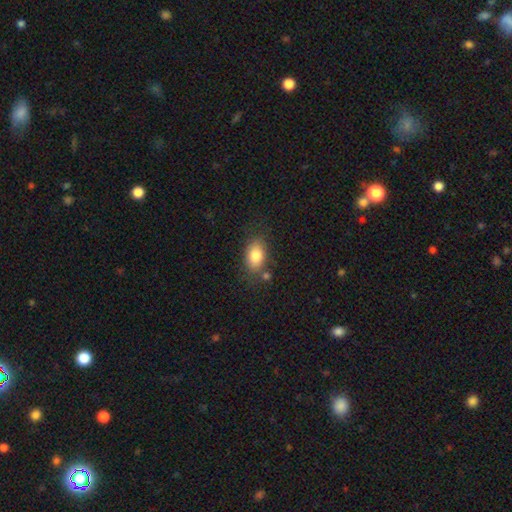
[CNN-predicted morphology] Overall: smooth (82%). How rounded: in between (86%). Merging: none (73%).